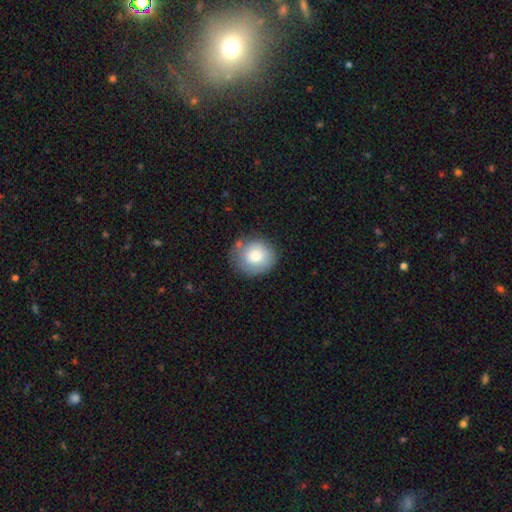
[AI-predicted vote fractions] A smooth galaxy with no disk features (78%) that is round (83%).

Vote fractions:
- Smooth or featured? smooth: 78% / featured or disk: 15% / star or artifact: 7%
- How rounded? round: 83% / in between: 16% / cigar-shaped: 1%
- Merging? none: 70% / minor disturbance: 20% / major disturbance: 6% / merger: 4%